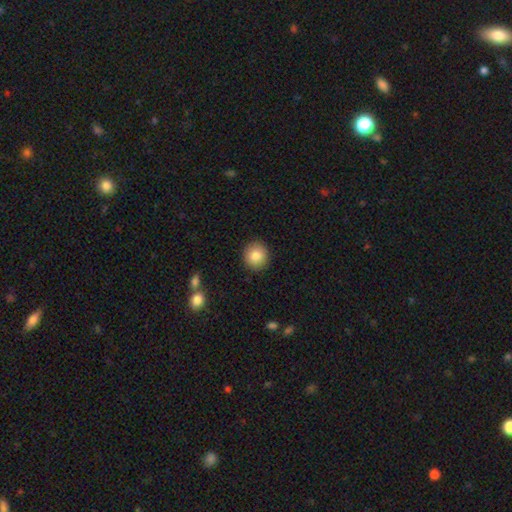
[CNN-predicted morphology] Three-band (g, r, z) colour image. It shows a smooth galaxy with no disk features (84%) that is round (89%). Merging: none (91%).